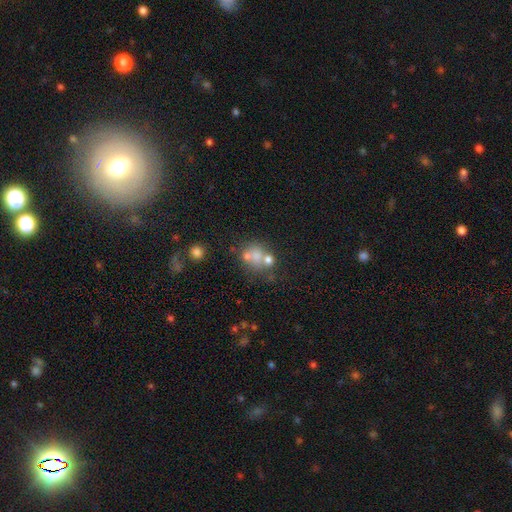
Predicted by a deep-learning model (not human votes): Morphology: type=smooth (61%); roundness=round (70%); merging=merger (44%).